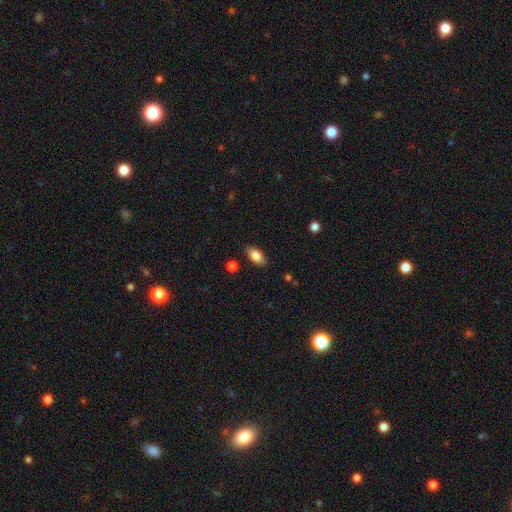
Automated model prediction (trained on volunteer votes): This appears to be a smooth galaxy with no disk features (82%) that is in between round and cigar-shaped (90%). Merging: none (86%).